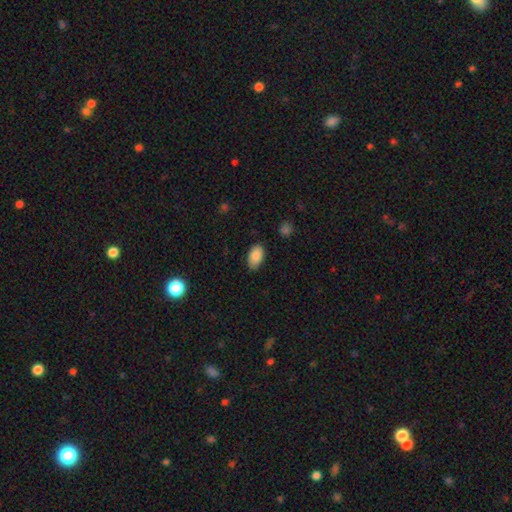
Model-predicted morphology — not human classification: A smooth galaxy with no disk features (87%) that is in between round and cigar-shaped (93%).

Vote fractions:
- Smooth or featured? smooth: 87% / star or artifact: 7% / featured or disk: 6%
- How rounded? in between: 93% / round: 5% / cigar-shaped: 2%
- Merging? none: 82% / minor disturbance: 14% / major disturbance: 2% / merger: 1%